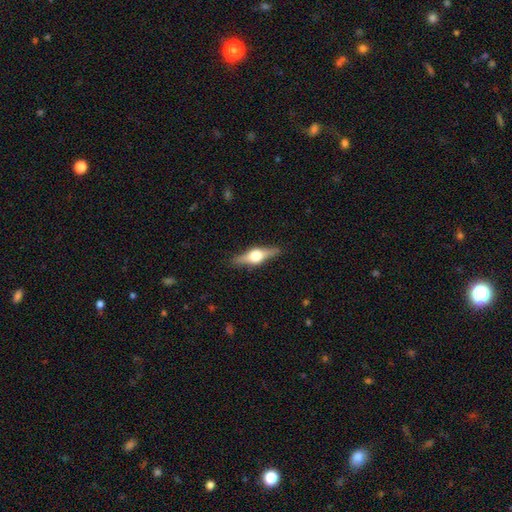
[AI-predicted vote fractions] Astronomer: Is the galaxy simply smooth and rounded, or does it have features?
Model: featured or disk — 71%.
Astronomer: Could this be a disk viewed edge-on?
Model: yes — 97%.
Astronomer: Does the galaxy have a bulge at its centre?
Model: rounded — 95%.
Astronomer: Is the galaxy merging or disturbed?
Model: none — 89%.